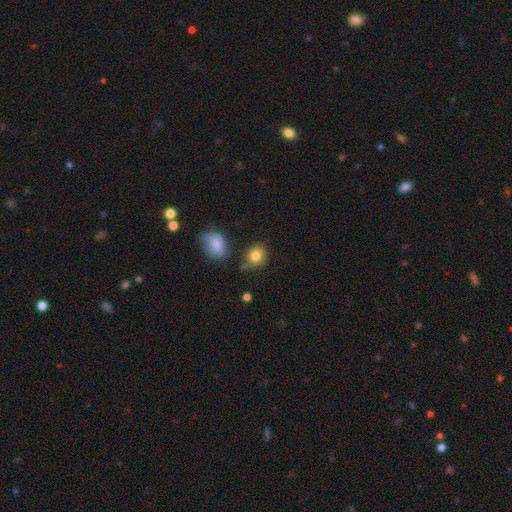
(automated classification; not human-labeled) A smooth galaxy with no disk features (82%) that is round (75%).

Vote fractions:
- Smooth or featured? smooth: 82% / star or artifact: 10% / featured or disk: 8%
- How rounded? round: 75% / in between: 24% / cigar-shaped: 1%
- Merging? none: 70% / minor disturbance: 18% / merger: 7% / major disturbance: 5%